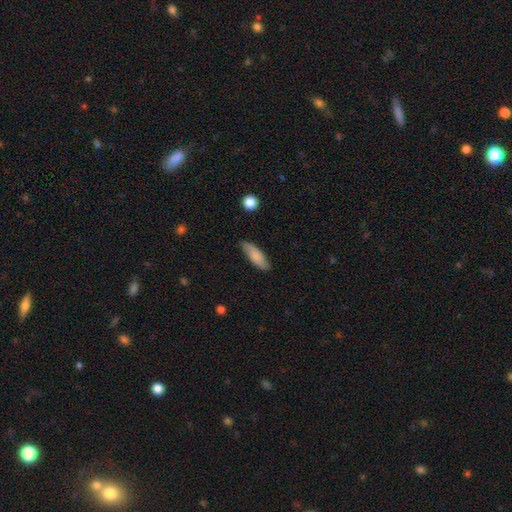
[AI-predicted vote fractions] A smooth galaxy with no disk features (76%) that is in between round and cigar-shaped (56%).

Vote fractions:
- Smooth or featured? smooth: 76% / featured or disk: 18% / star or artifact: 6%
- How rounded? in between: 56% / cigar-shaped: 42% / round: 2%
- Merging? none: 81% / minor disturbance: 15% / major disturbance: 3% / merger: 1%